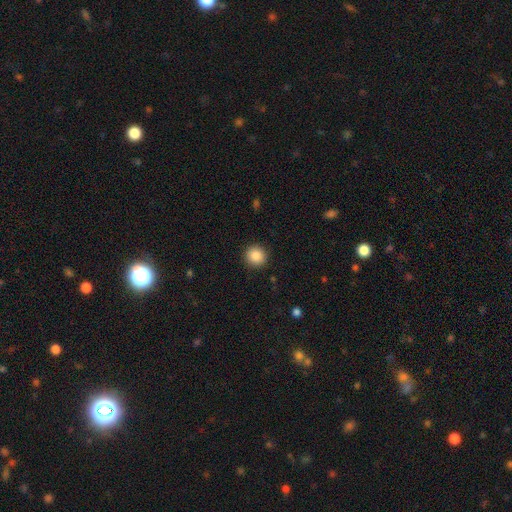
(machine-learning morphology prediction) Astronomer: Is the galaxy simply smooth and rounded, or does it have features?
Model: smooth — 87%.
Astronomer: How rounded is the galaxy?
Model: round — 94%.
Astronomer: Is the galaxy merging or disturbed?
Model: none — 92%.